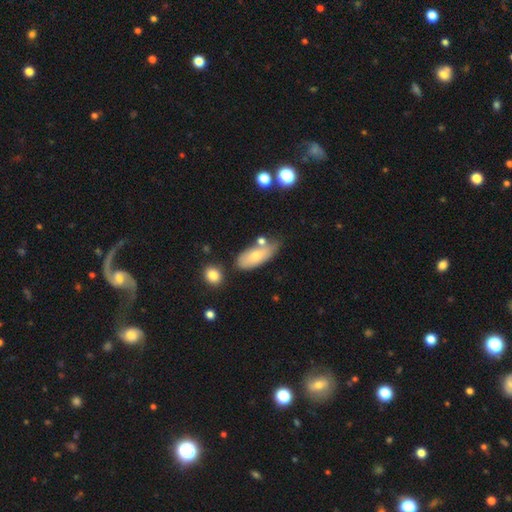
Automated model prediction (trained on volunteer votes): A smooth galaxy with no disk features (72%) that is in between round and cigar-shaped (84%).

Vote fractions:
- Smooth or featured? smooth: 72% / featured or disk: 21% / star or artifact: 7%
- How rounded? in between: 84% / cigar-shaped: 14% / round: 3%
- Merging? none: 57% / minor disturbance: 23% / merger: 14% / major disturbance: 6%